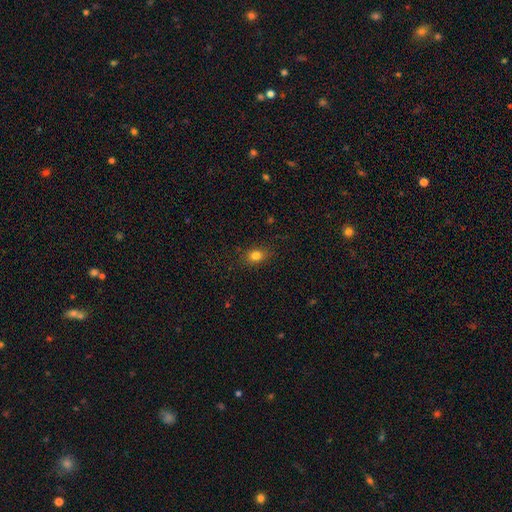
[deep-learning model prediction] Overall: smooth (81%). How rounded: in between (60%; round 38%). Merging: none (84%).